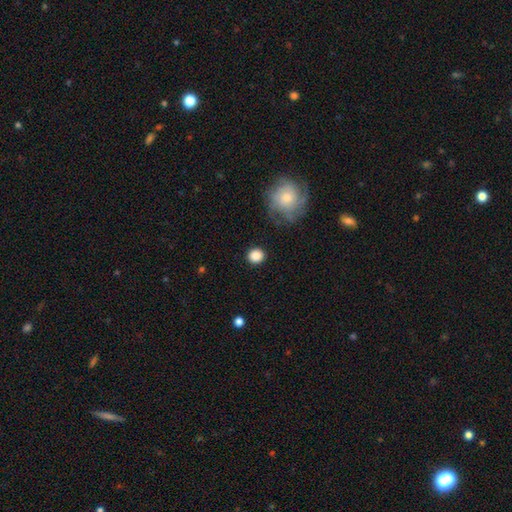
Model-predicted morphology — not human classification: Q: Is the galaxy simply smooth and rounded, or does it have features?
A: smooth — 87%.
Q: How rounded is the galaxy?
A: round — 87%.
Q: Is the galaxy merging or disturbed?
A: none — 88%.